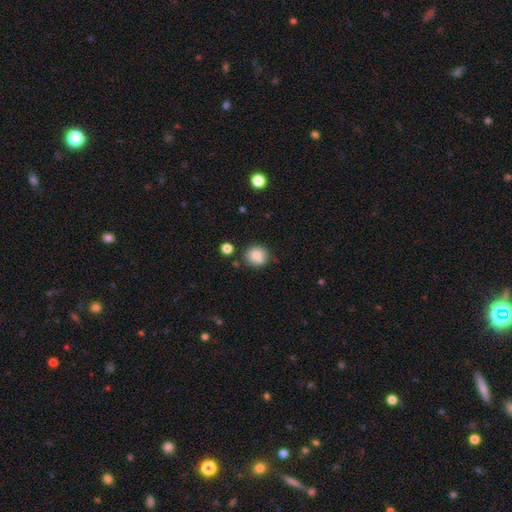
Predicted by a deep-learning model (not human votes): Smooth or featured?
  - smooth: 77% *
  - featured or disk: 13%
  - star or artifact: 10%
How rounded?
  - round: 87% *
  - in between: 12%
  - cigar-shaped: 1%
Merging?
  - none: 68% *
  - merger: 15%
  - minor disturbance: 13%
  - major disturbance: 3%